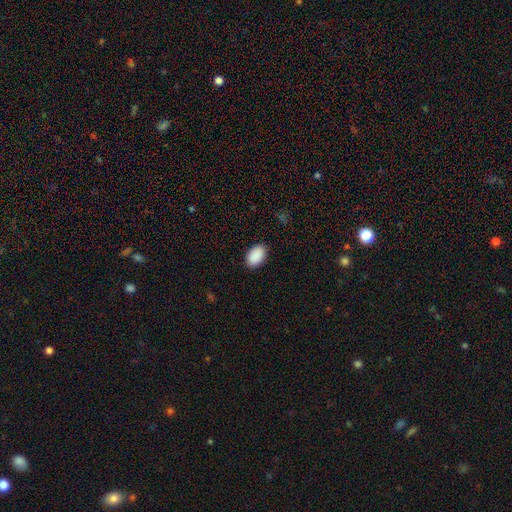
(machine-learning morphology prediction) smooth_or_featured: smooth (p=0.91) [alt: star or artifact p=0.06]
how_rounded: in between (p=0.91) [alt: round p=0.08]
merging: none (p=0.89) [alt: minor disturbance p=0.08]